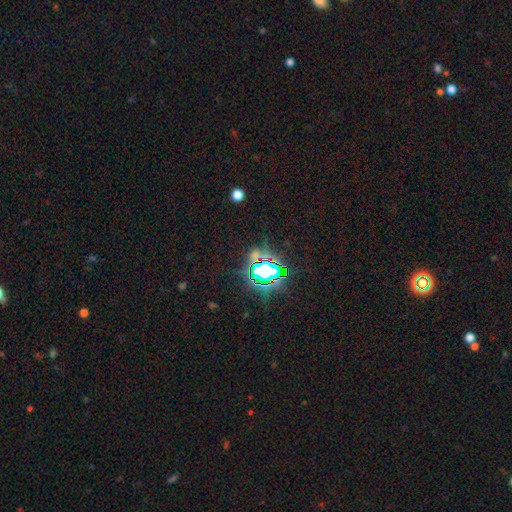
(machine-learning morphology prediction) A star or artifact, not a galaxy (73%).

Vote fractions:
- Smooth or featured? star or artifact: 73% / smooth: 17% / featured or disk: 9%